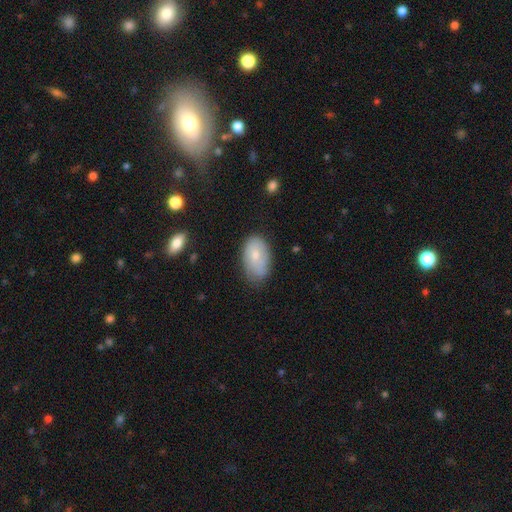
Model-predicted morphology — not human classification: Q: Smooth or featured?
A: smooth (63%); runner-up: featured or disk (30%)
Q: How rounded?
A: in between (92%); runner-up: round (6%)
Q: Merging?
A: none (64%); runner-up: minor disturbance (29%)